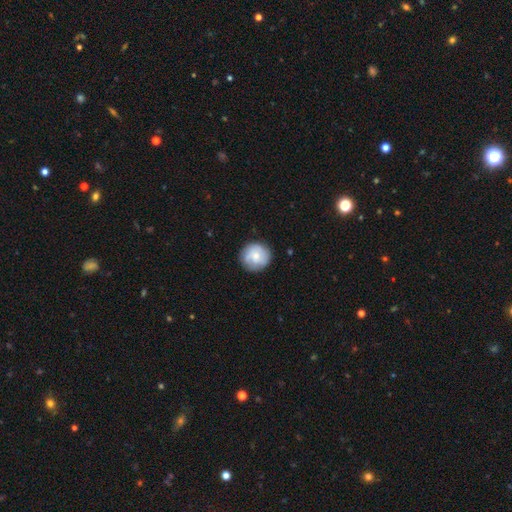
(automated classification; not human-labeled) Smooth or featured? smooth (68%)
How rounded? round (94%)
Merging? none (85%)